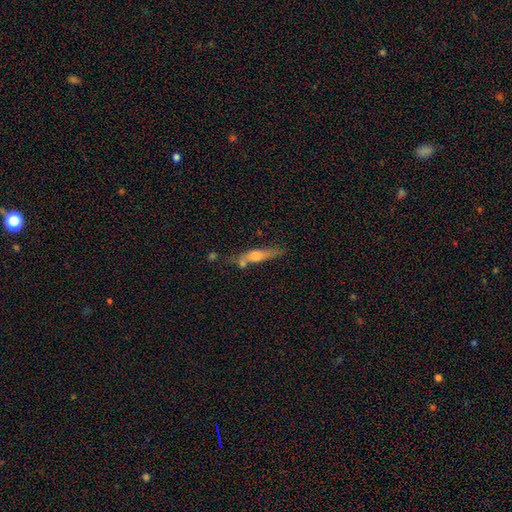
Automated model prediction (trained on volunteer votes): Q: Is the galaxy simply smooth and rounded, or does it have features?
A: featured or disk — 47%.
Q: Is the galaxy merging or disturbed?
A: none — 56%.